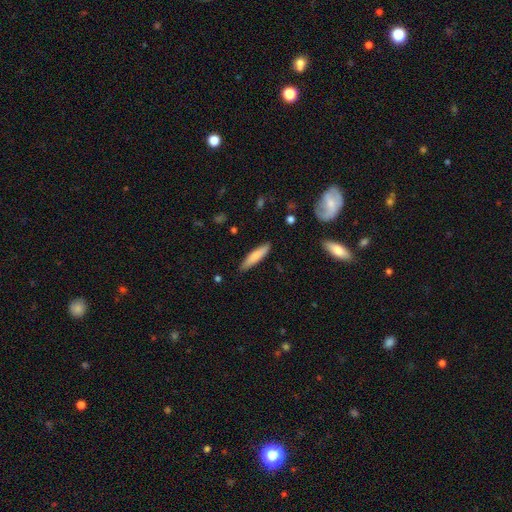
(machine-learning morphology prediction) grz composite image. It shows a smooth galaxy with no disk features (79%) that is cigar-shaped (81%). Merging: none (87%).